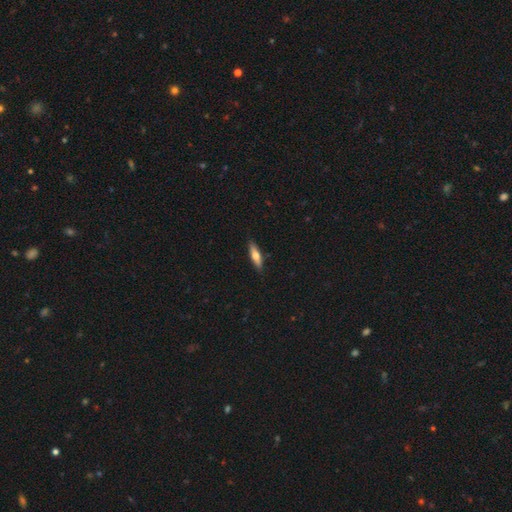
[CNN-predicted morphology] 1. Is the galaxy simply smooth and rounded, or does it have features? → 57% smooth, 37% featured or disk, 6% star or artifact.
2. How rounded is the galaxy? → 66% cigar-shaped, 32% in between, 2% round.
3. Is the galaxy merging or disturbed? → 88% none, 9% minor disturbance, 2% major disturbance, 1% merger.